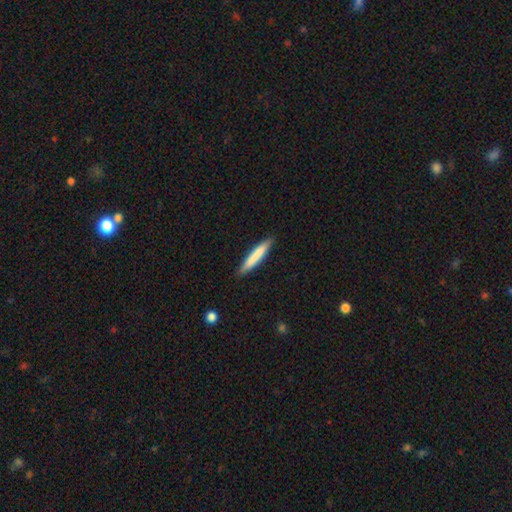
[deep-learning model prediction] This appears to be a smooth galaxy with no disk features (77%) that is cigar-shaped (92%). Merging: none (89%).